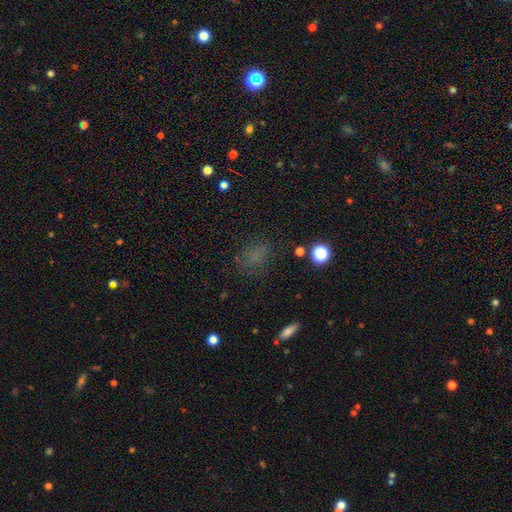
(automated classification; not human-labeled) smooth 62%, star or artifact 25%, featured or disk 13%. Down the decision tree: how rounded — in between (67%); merging — none (65%).